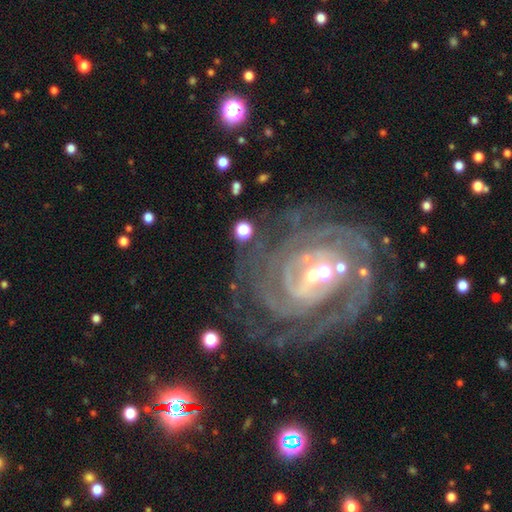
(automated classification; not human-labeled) Smooth or featured? Predicted: featured or disk (p=0.88). Edge-on disk? Predicted: no (p=0.97). Bar? Predicted: weak (p=0.39). Spiral arms? Predicted: yes (p=0.97). Spiral winding? Predicted: tight (p=0.73). Spiral arm count? Predicted: can't tell (p=0.25). Bulge size? Predicted: small (p=0.53). Merging? Predicted: none (p=0.61).